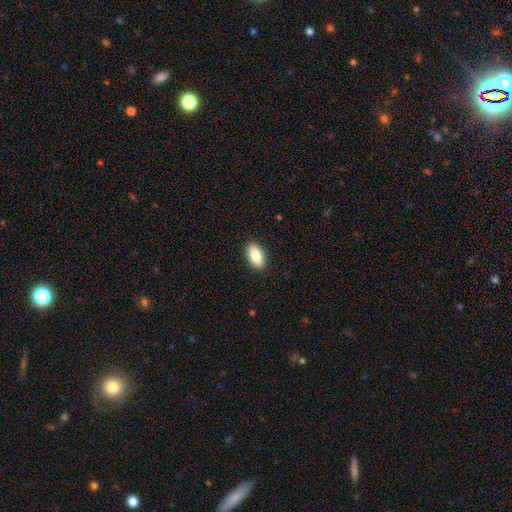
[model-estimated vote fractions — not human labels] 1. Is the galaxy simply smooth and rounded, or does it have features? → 84% smooth, 9% featured or disk, 7% star or artifact.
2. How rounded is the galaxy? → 91% in between, 6% cigar-shaped, 3% round.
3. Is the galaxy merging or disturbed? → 90% none, 8% minor disturbance, 2% major disturbance, 1% merger.